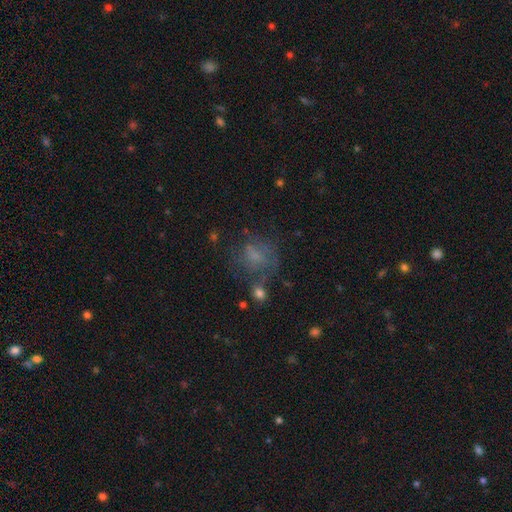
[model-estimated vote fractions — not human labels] Smooth or featured: smooth — 46% (featured or disk — 34%)
Merging: none — 47% (major disturbance — 24%)